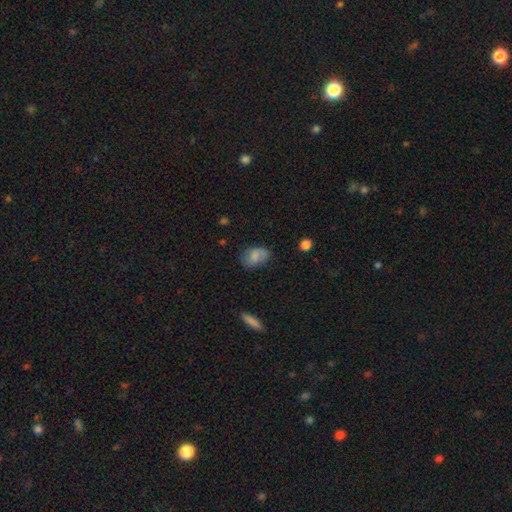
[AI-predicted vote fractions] A smooth galaxy with no disk features (76%) that is in between round and cigar-shaped (85%). Merging: none (68%).